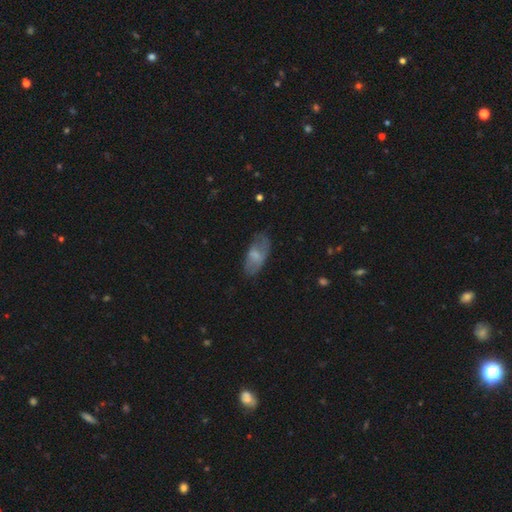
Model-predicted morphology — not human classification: A smooth galaxy with no disk features (61%) that is in between round and cigar-shaped (90%). Merging: none (59%).